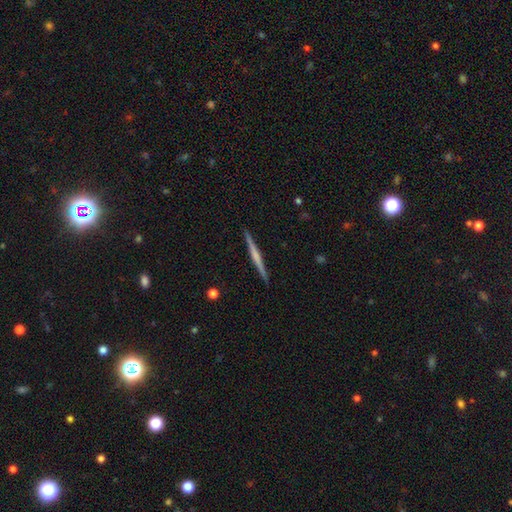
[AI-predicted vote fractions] smooth_or_featured: featured or disk (p=0.63) [alt: smooth p=0.32]
disk_edge_on: yes (p=0.98) [alt: no p=0.02]
edge_on_bulge: none (p=0.54) [alt: rounded p=0.32]
merging: none (p=0.92) [alt: minor disturbance p=0.05]